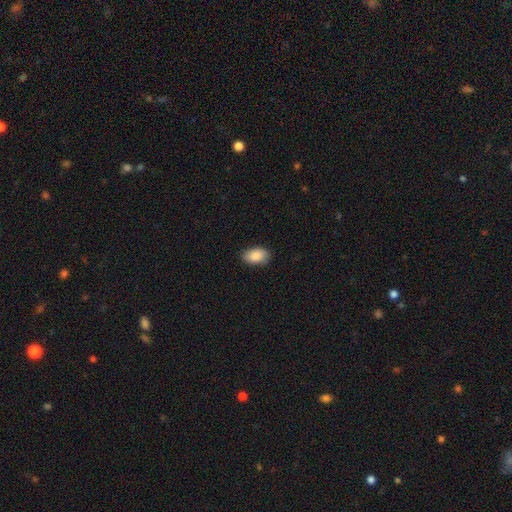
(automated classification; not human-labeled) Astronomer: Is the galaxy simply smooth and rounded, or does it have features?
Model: smooth — 89%.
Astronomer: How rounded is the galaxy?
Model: in between — 92%.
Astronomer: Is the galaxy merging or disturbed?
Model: none — 86%.